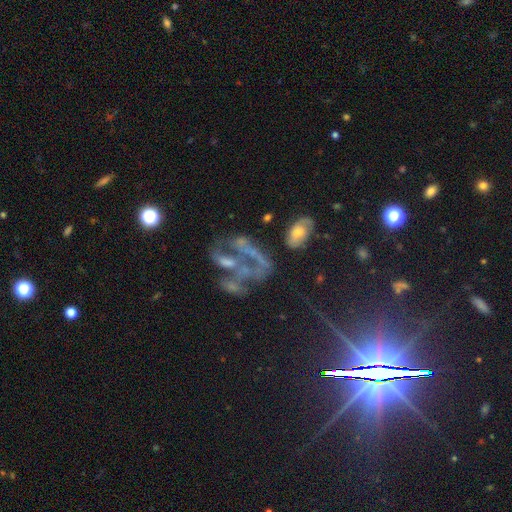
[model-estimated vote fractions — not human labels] smooth_or_featured: featured or disk (p=0.58) [alt: star or artifact p=0.25]
disk_edge_on: no (p=0.95) [alt: yes p=0.05]
bar: no (p=0.79) [alt: weak p=0.14]
has_spiral_arms: no (p=0.69) [alt: yes p=0.31]
bulge_size: none (p=0.58) [alt: small p=0.20]
merging: major disturbance (p=0.36) [alt: merger p=0.29]